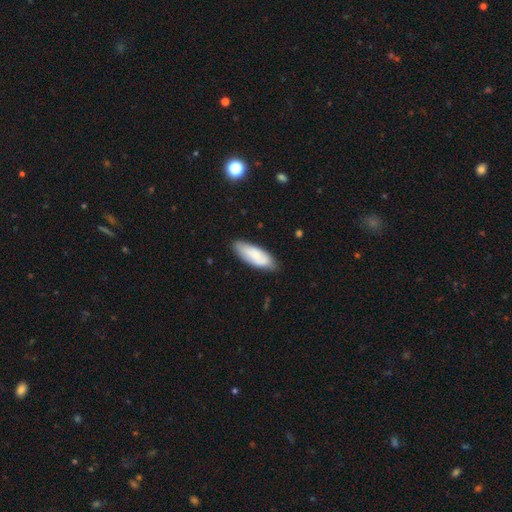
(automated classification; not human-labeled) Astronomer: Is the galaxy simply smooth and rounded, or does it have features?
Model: smooth — 70%.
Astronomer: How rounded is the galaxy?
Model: in between — 74%.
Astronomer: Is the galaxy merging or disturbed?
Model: none — 76%.